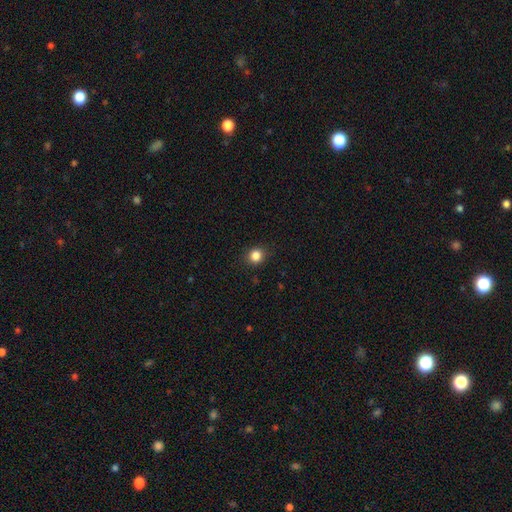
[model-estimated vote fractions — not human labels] Smooth or featured? Predicted: smooth (p=0.84). How rounded? Predicted: round (p=0.82). Merging? Predicted: none (p=0.89).